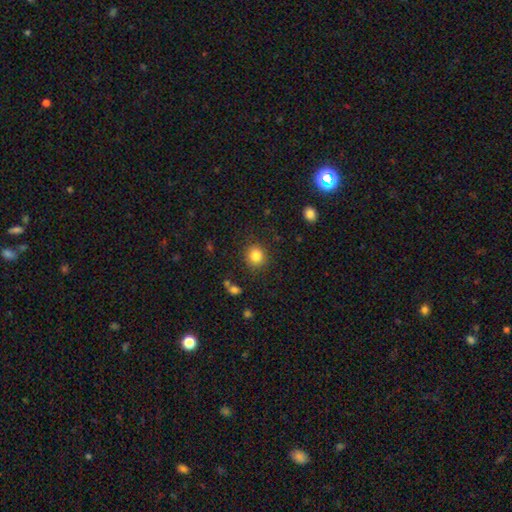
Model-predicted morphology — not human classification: Smooth or featured? smooth (84%)
How rounded? round (87%)
Merging? none (87%)